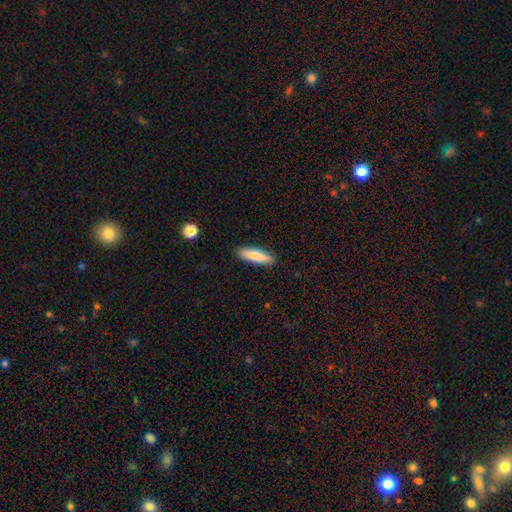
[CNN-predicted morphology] This appears to be a smooth galaxy with no disk features (80%) that is cigar-shaped (69%). Merging: none (90%).